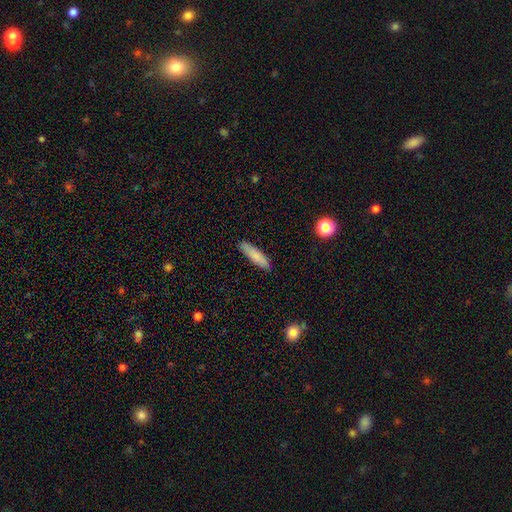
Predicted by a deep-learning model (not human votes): smooth_or_featured: smooth (p=0.83) [alt: featured or disk p=0.11]
how_rounded: cigar-shaped (p=0.76) [alt: in between p=0.22]
merging: none (p=0.88) [alt: minor disturbance p=0.09]